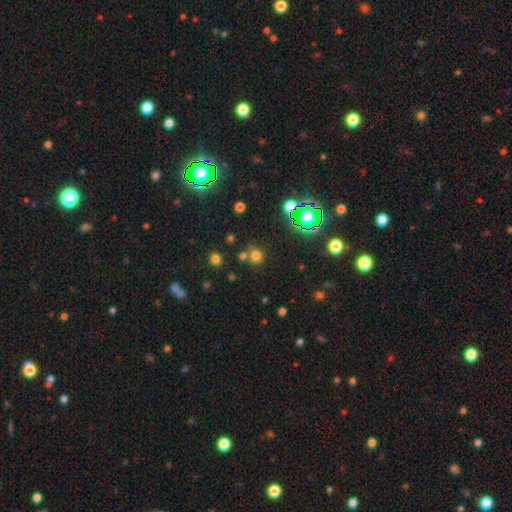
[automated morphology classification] A smooth galaxy with no disk features (65%) that is round (83%). Merging: none (69%).